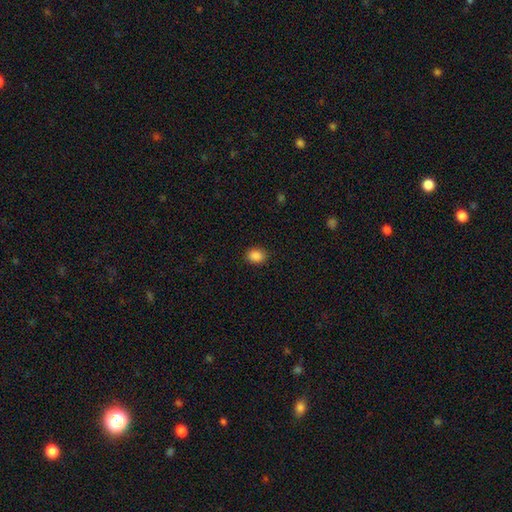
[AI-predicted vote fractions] Smooth or featured? Predicted: smooth (p=0.88). How rounded? Predicted: in between (p=0.61). Merging? Predicted: none (p=0.89).